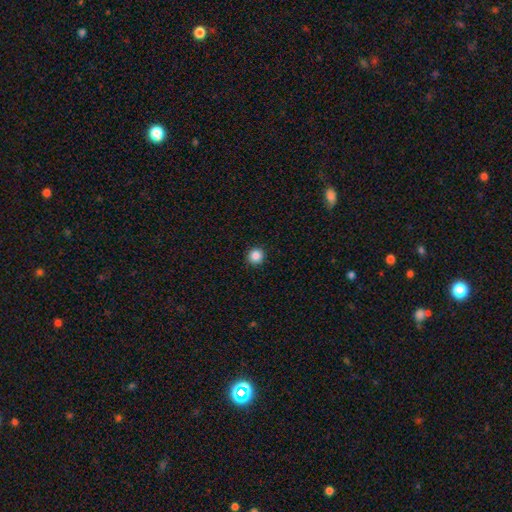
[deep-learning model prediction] Smooth or featured? smooth (87%)
How rounded? round (94%)
Merging? none (92%)